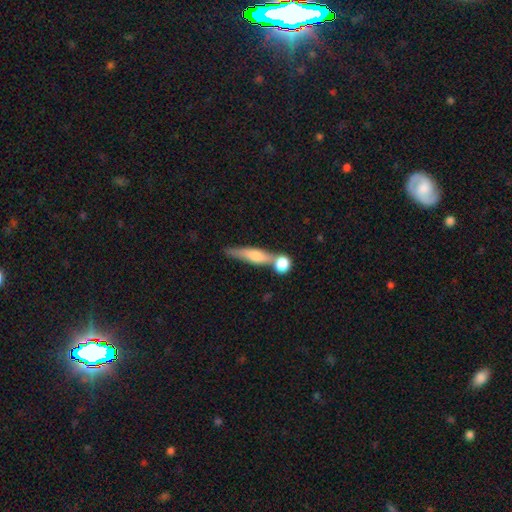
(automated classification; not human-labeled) This appears to be a smooth galaxy with no disk features (54%) that is cigar-shaped (72%). Merging: none (54%).